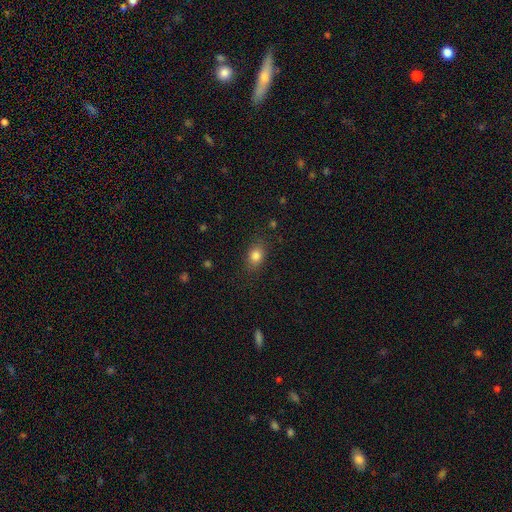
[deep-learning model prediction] This appears to be a smooth galaxy with no disk features (82%) that is in between round and cigar-shaped (67%). Merging: none (82%).